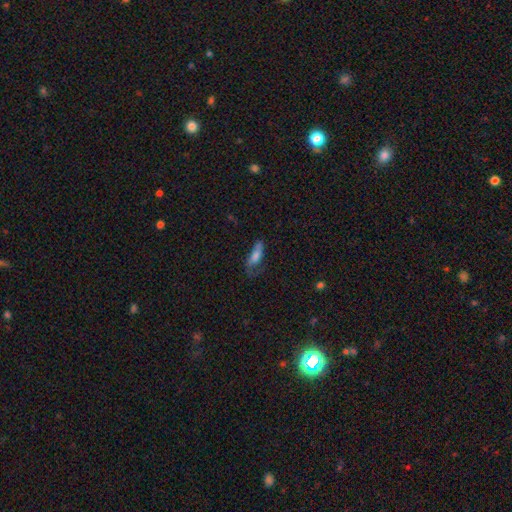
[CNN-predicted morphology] smooth 56%, featured or disk 33%, star or artifact 10%. Down the decision tree: how rounded — in between (59%); merging — none (40%).